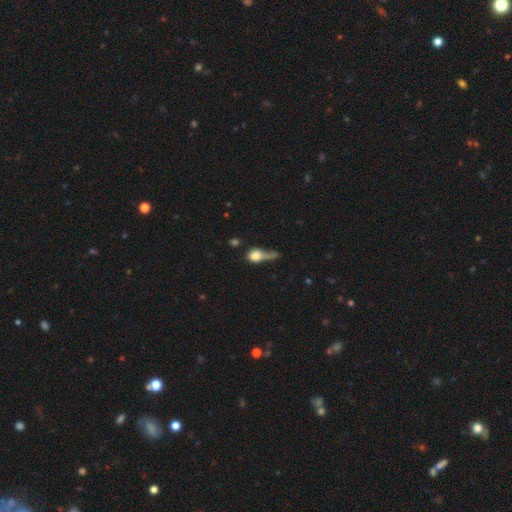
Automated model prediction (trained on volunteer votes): smooth-or-featured: smooth: 69% | featured or disk: 20% | star or artifact: 11%
  how-rounded: round: 55% | in between: 38% | cigar-shaped: 7%
  merging: major disturbance: 34% | merger: 24% | none: 24% | minor disturbance: 18%